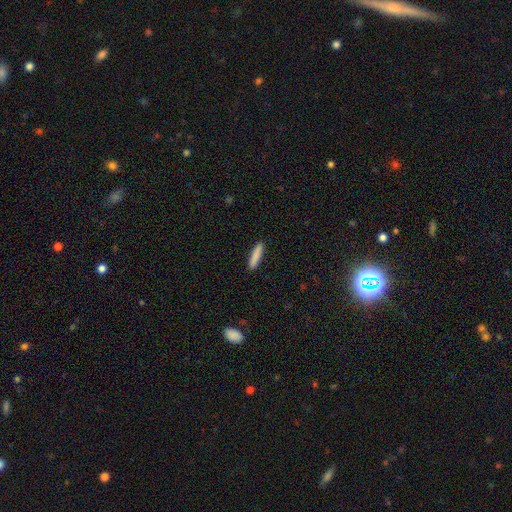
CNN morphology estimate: smooth_or_featured: smooth (p=0.87) [alt: featured or disk p=0.07]
how_rounded: cigar-shaped (p=0.87) [alt: in between p=0.12]
merging: none (p=0.91) [alt: minor disturbance p=0.06]